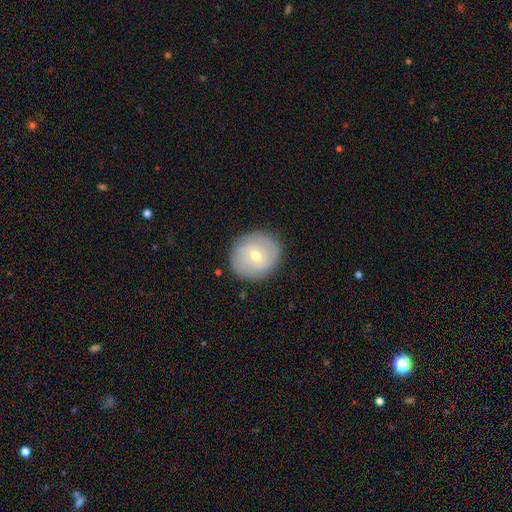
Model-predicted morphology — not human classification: Smooth or featured?
  - featured or disk: 52% *
  - smooth: 40%
  - star or artifact: 8%
Edge-on disk?
  - no: 96% *
  - yes: 4%
Merging?
  - none: 86% *
  - minor disturbance: 10%
  - major disturbance: 3%
  - merger: 1%